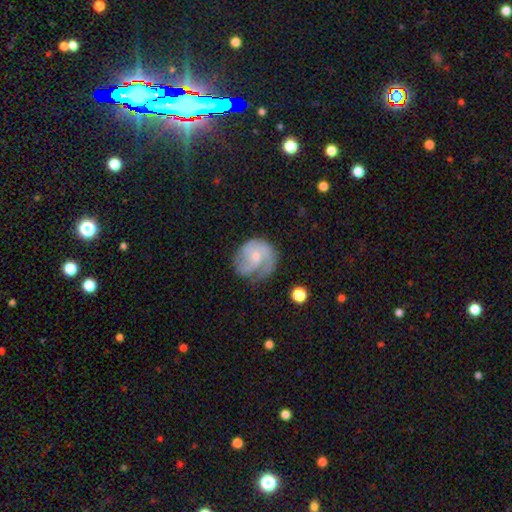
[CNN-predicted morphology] smooth_or_featured: featured or disk (p=0.67) [alt: smooth p=0.26]
disk_edge_on: no (p=0.98) [alt: yes p=0.02]
bar: no (p=0.63) [alt: weak p=0.33]
has_spiral_arms: yes (p=0.89) [alt: no p=0.11]
spiral_winding: tight (p=0.42) [alt: medium p=0.41]
spiral_arm_count: 2 (p=0.36) [alt: can't tell p=0.23]
bulge_size: small (p=0.50) [alt: moderate p=0.34]
merging: none (p=0.57) [alt: minor disturbance p=0.23]